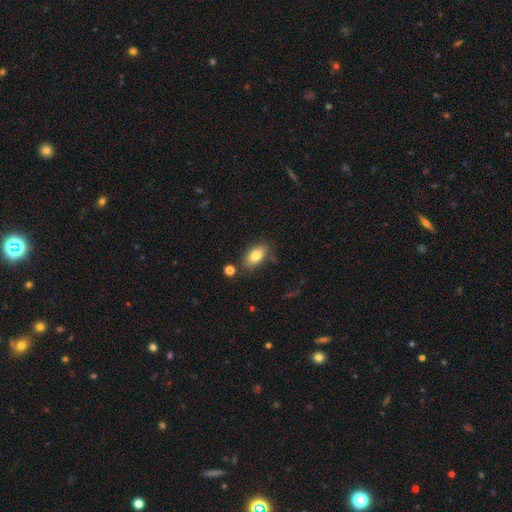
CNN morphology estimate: Smooth or featured?
  - smooth: 81% *
  - featured or disk: 11%
  - star or artifact: 8%
How rounded?
  - in between: 91% *
  - round: 5%
  - cigar-shaped: 4%
Merging?
  - none: 79% *
  - minor disturbance: 13%
  - merger: 5%
  - major disturbance: 3%